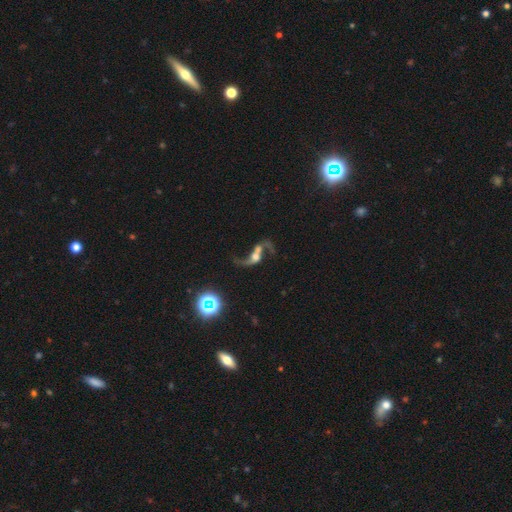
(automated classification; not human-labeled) Morphology: type=featured or disk (77%); edge-on=no (94%); bar=no (52%); spiral arms=yes (88%); winding=loose (92%); arm count=2 (87%); bulge=moderate (39%); merging=none (40%).